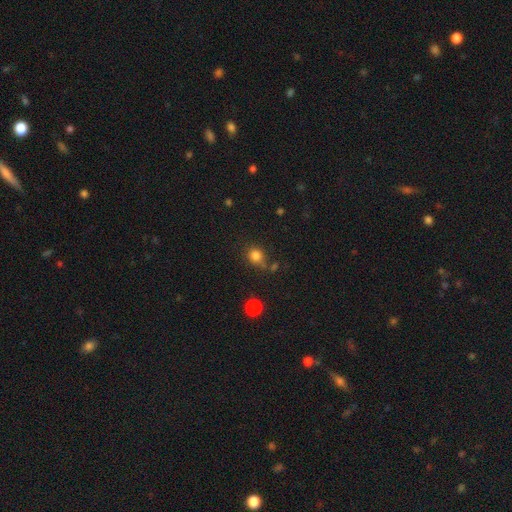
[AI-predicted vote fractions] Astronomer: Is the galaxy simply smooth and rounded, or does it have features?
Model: smooth — 81%.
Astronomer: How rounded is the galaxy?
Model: round — 78%.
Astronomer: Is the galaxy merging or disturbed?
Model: none — 63%.